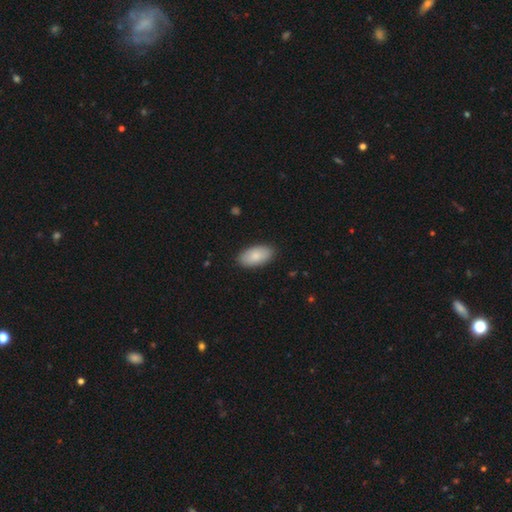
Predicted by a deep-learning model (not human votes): Smooth or featured? Predicted: smooth (p=0.86). How rounded? Predicted: in between (p=0.95). Merging? Predicted: none (p=0.88).